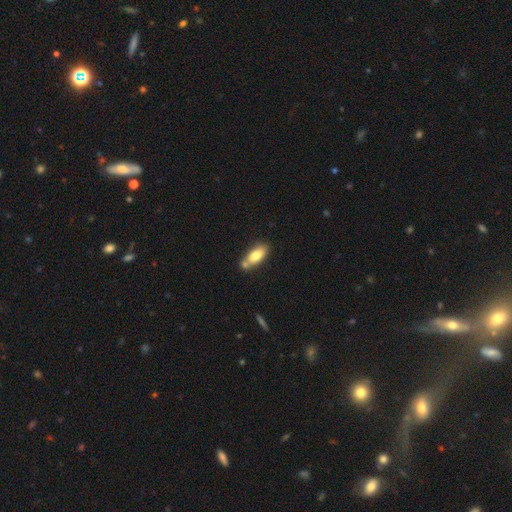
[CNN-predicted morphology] type=smooth (74%); roundness=in between (80%); merging=none (55%).